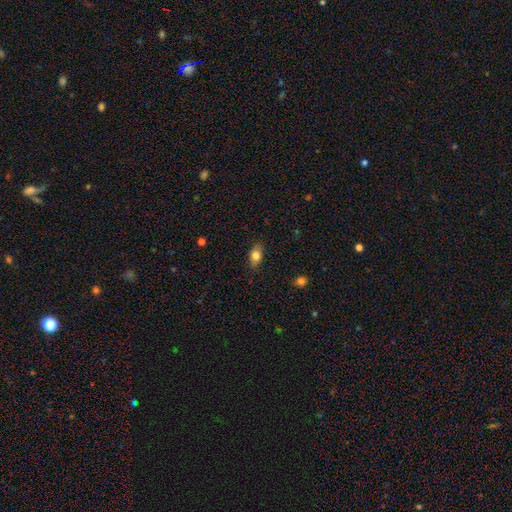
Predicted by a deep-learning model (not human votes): Smooth or featured: smooth — 81% (featured or disk — 11%)
How rounded: in between — 83% (round — 13%)
Merging: none — 82% (minor disturbance — 14%)